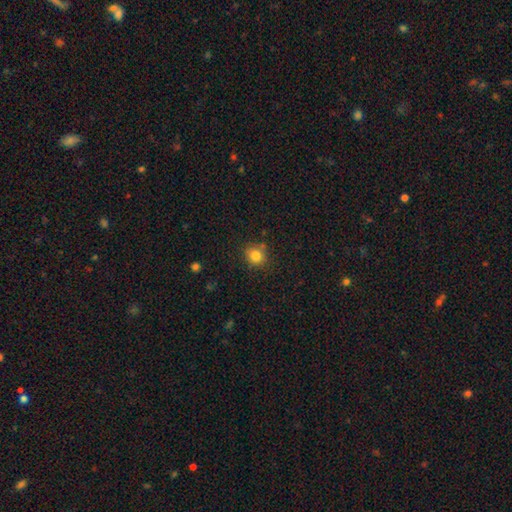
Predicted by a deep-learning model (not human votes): The model was most divided on "merging": none: 80%, minor disturbance: 12%, merger: 5%, major disturbance: 3%. More confident: how rounded — round (86%); smooth or featured — smooth (82%).